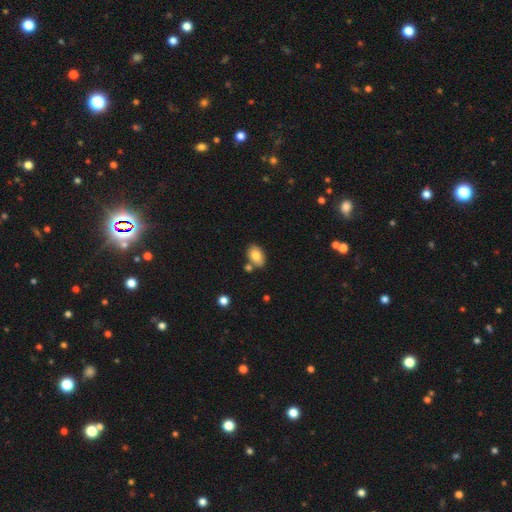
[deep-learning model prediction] This is clearly a smooth galaxy (81%). How rounded: clearly in between (89%). Merging: likely none (70%).